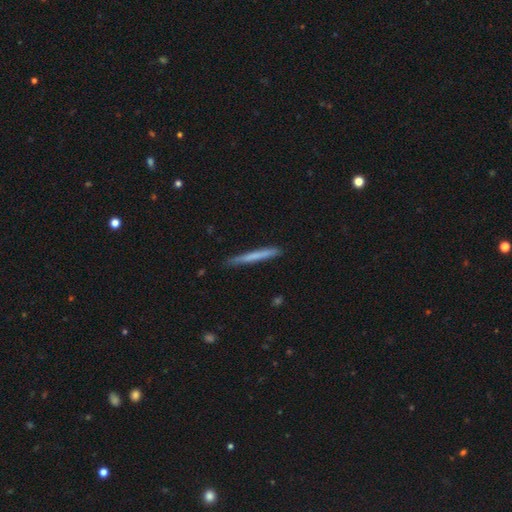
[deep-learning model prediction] smooth-or-featured: smooth: 64% | featured or disk: 30% | star or artifact: 6%
  how-rounded: cigar-shaped: 97% | in between: 2% | round: 1%
  merging: none: 88% | minor disturbance: 9% | major disturbance: 1% | merger: 1%